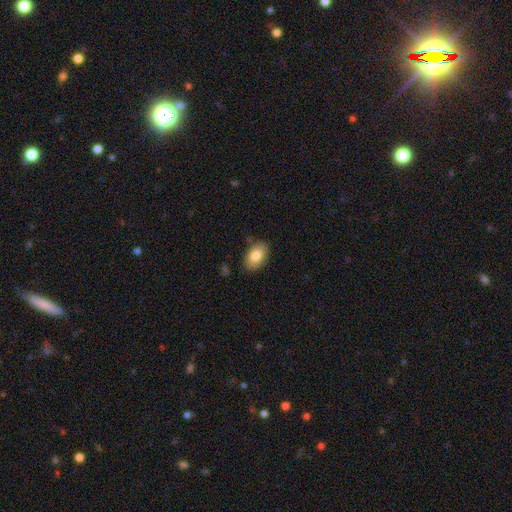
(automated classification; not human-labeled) smooth-or-featured: smooth: 82% | featured or disk: 11% | star or artifact: 7%
  how-rounded: in between: 88% | round: 10% | cigar-shaped: 1%
  merging: none: 84% | minor disturbance: 12% | major disturbance: 2% | merger: 2%